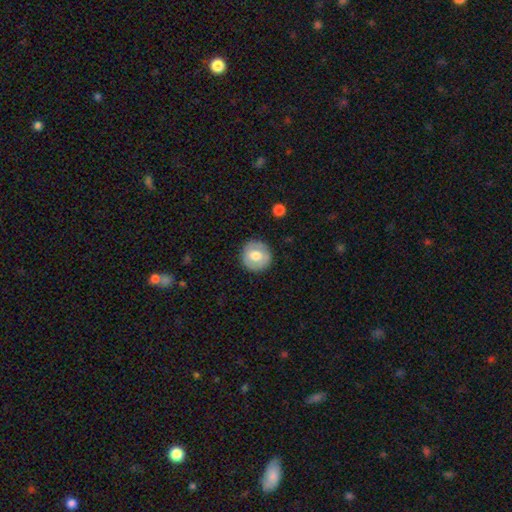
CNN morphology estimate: Overall: smooth (64%; featured or disk 29%). How rounded: round (92%). Merging: none (87%).